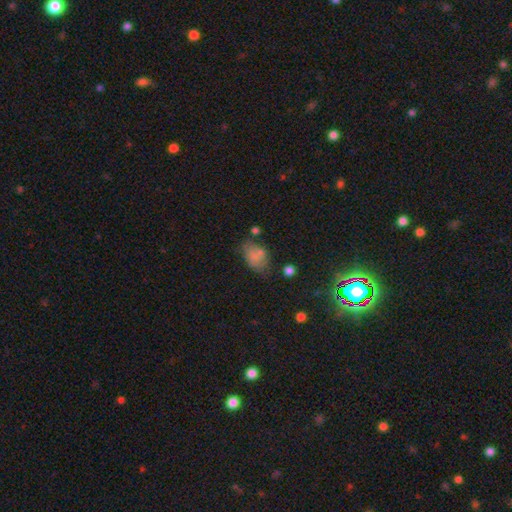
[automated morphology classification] smooth-or-featured: smooth: 73% | featured or disk: 16% | star or artifact: 12%
  how-rounded: in between: 86% | round: 12% | cigar-shaped: 2%
  merging: none: 46% | minor disturbance: 29% | major disturbance: 14% | merger: 11%